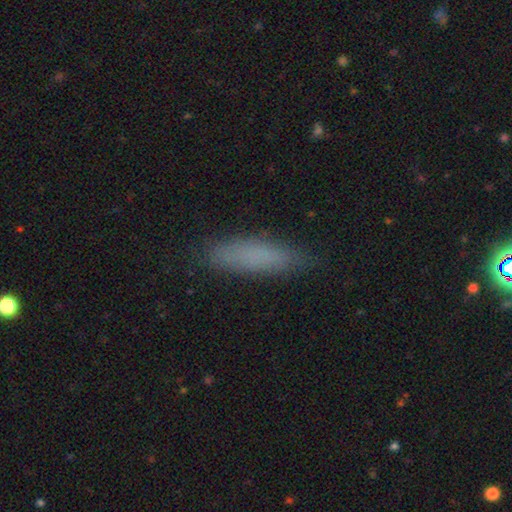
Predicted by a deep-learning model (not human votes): This appears to be a smooth galaxy with no disk features (79%) that is cigar-shaped (71%). Merging: none (84%).